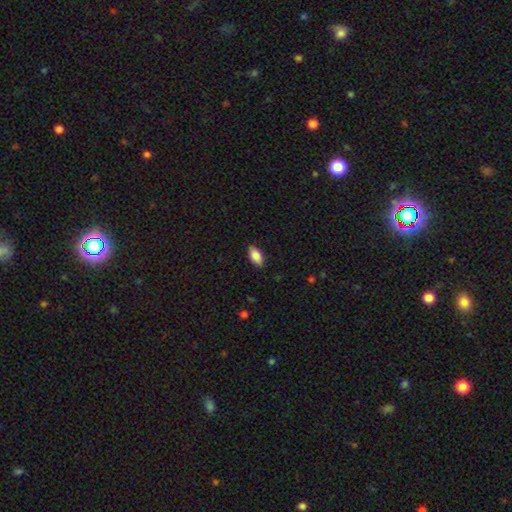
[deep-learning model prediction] smooth_or_featured: smooth (p=0.86) [alt: star or artifact p=0.07]
how_rounded: in between (p=0.92) [alt: cigar-shaped p=0.05]
merging: none (p=0.87) [alt: minor disturbance p=0.10]